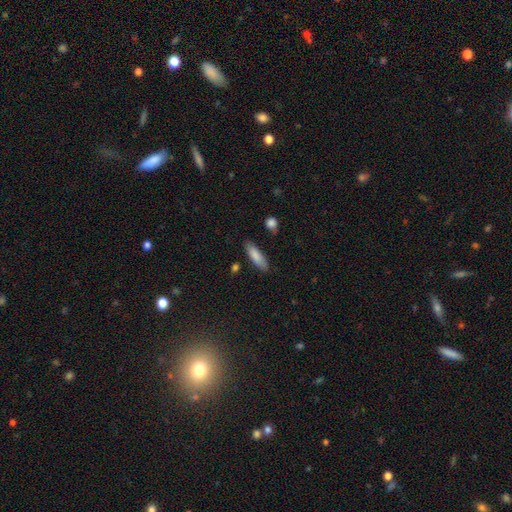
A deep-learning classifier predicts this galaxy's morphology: smooth_or_featured: smooth (p=0.84) [alt: featured or disk p=0.10]
how_rounded: cigar-shaped (p=0.55) [alt: in between p=0.44]
merging: none (p=0.83) [alt: minor disturbance p=0.12]